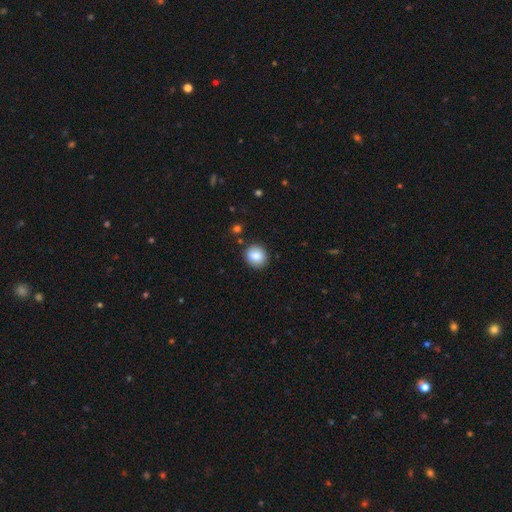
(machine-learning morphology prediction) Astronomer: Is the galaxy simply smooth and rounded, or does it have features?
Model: smooth — 82%.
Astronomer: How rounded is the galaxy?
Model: round — 75%.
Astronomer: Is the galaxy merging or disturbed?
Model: none — 88%.